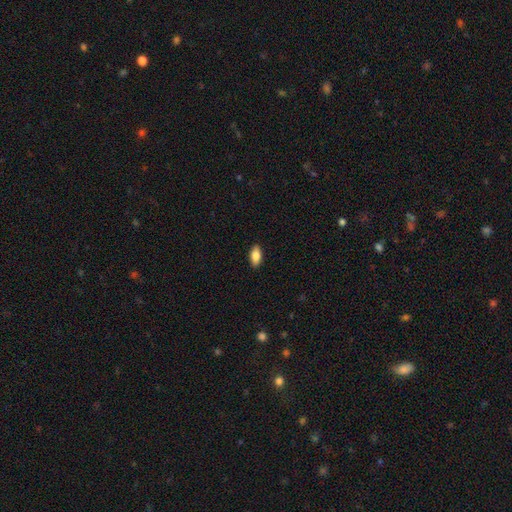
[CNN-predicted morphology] Q: Smooth or featured?
A: smooth (86%); runner-up: featured or disk (7%)
Q: How rounded?
A: in between (90%); runner-up: cigar-shaped (7%)
Q: Merging?
A: none (90%); runner-up: minor disturbance (7%)